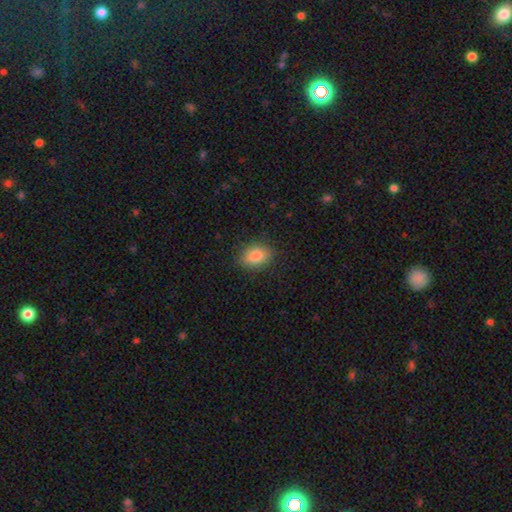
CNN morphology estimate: A smooth galaxy with no disk features (85%) that is in between round and cigar-shaped (75%).

Vote fractions:
- Smooth or featured? smooth: 85% / star or artifact: 8% / featured or disk: 7%
- How rounded? in between: 75% / round: 23% / cigar-shaped: 2%
- Merging? none: 85% / minor disturbance: 11% / major disturbance: 3% / merger: 1%